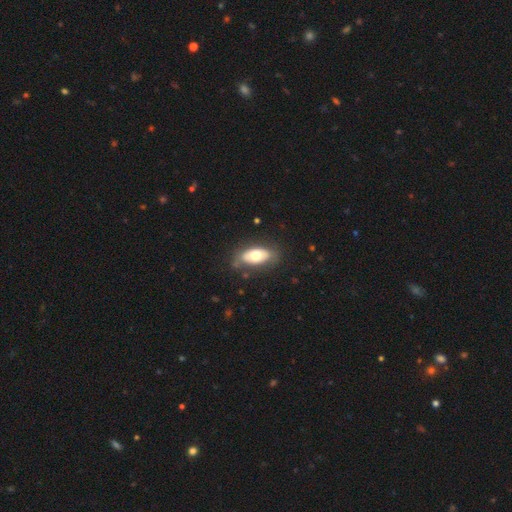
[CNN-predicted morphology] Smooth or featured?
  - smooth: 58% *
  - featured or disk: 35%
  - star or artifact: 6%
How rounded?
  - in between: 90% *
  - round: 5%
  - cigar-shaped: 5%
Merging?
  - none: 75% *
  - minor disturbance: 18%
  - major disturbance: 6%
  - merger: 2%